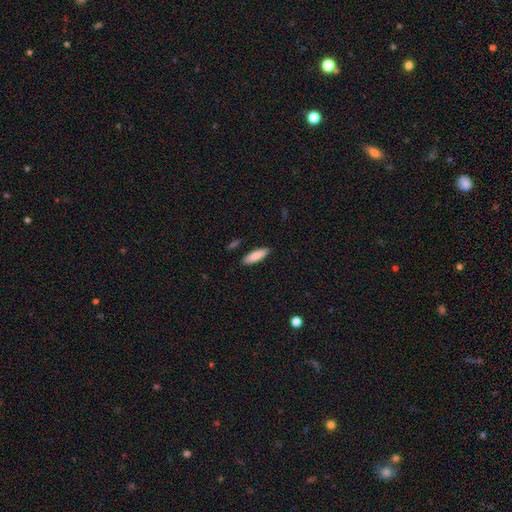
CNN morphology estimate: Smooth or featured: smooth — 85% (featured or disk — 9%)
How rounded: cigar-shaped — 54% (in between — 45%)
Merging: none — 88% (minor disturbance — 8%)